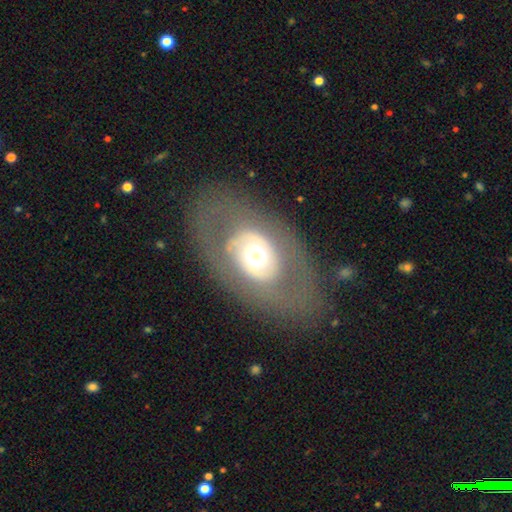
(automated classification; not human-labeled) Smooth or featured? Predicted: featured or disk (p=0.59). Edge-on disk? Predicted: no (p=0.92). Bar? Predicted: no (p=0.84). Spiral arms? Predicted: no (p=0.77). Bulge size? Predicted: moderate (p=0.46). Merging? Predicted: none (p=0.73).